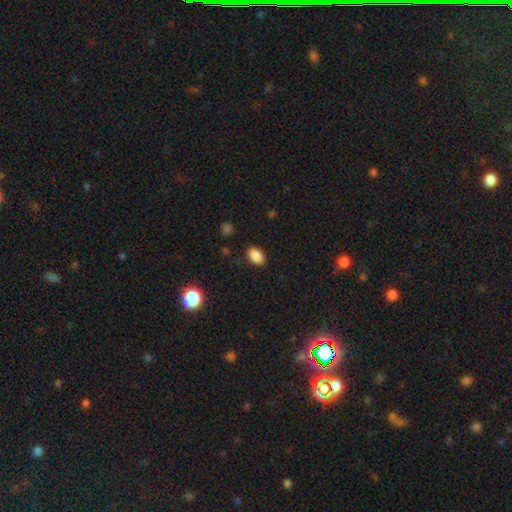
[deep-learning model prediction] Smooth or featured?
  - smooth: 87% *
  - star or artifact: 9%
  - featured or disk: 4%
How rounded?
  - in between: 88% *
  - round: 11%
  - cigar-shaped: 1%
Merging?
  - none: 86% *
  - minor disturbance: 10%
  - major disturbance: 3%
  - merger: 1%